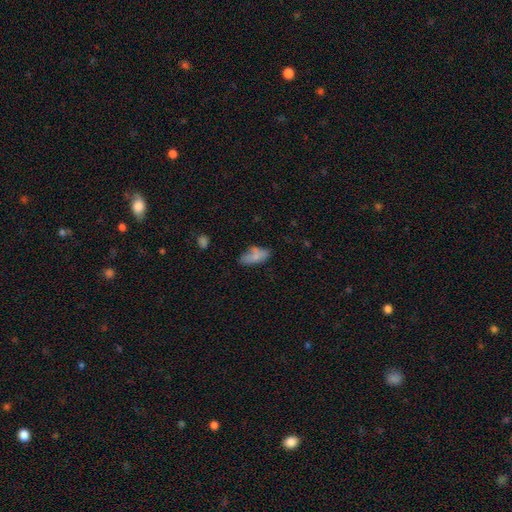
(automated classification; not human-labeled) This is likely a smooth galaxy (73%). How rounded: clearly in between (85%). Merging: possibly none (51%).